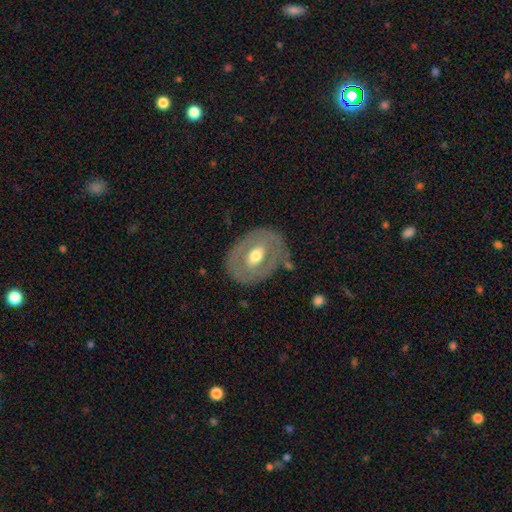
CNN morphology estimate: featured or disk 58%, smooth 36%, star or artifact 6%. Down the decision tree: edge-on disk — no (92%); bar — no (43%); spiral arms — no (81%); bulge size — moderate (73%); merging — none (76%).